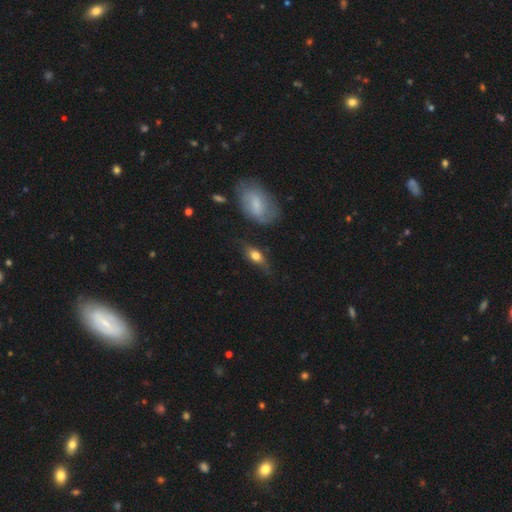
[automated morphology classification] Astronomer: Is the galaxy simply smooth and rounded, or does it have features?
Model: smooth — 60%.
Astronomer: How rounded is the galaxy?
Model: in between — 72%.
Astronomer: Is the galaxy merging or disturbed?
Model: none — 57%.